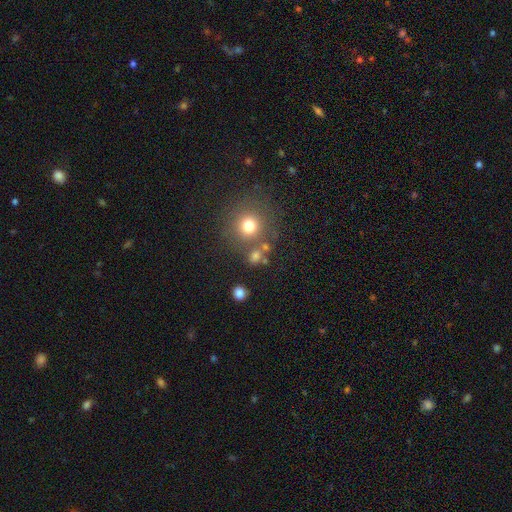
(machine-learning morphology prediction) Smooth or featured? Predicted: smooth (p=0.72). How rounded? Predicted: round (p=0.84). Merging? Predicted: none (p=0.69).